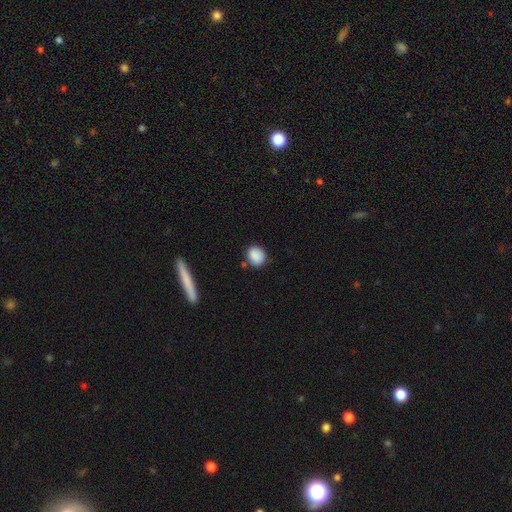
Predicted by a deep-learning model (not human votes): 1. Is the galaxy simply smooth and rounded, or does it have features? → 87% smooth, 8% star or artifact, 5% featured or disk.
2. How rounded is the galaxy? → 69% round, 30% in between, 2% cigar-shaped.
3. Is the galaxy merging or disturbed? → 79% none, 14% minor disturbance, 4% merger, 3% major disturbance.